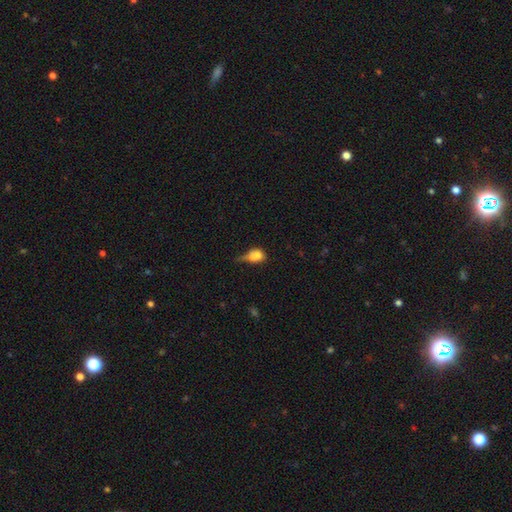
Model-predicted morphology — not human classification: smooth_or_featured: smooth (p=0.67) [alt: featured or disk p=0.21]
how_rounded: in between (p=0.57) [alt: round p=0.38]
merging: merger (p=0.34) [alt: none p=0.23]